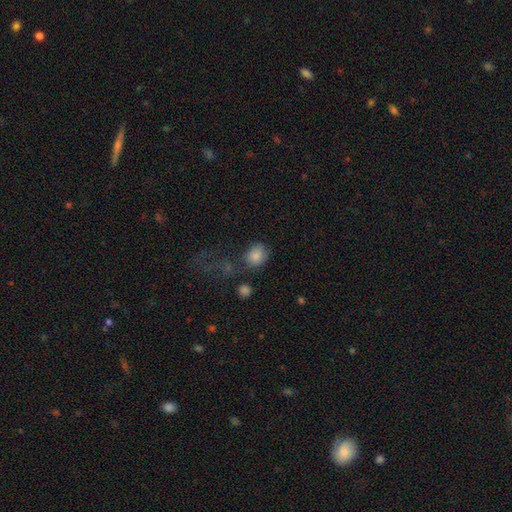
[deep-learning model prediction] smooth 83%, star or artifact 10%, featured or disk 7%. Down the decision tree: how rounded — round (59%); merging — none (61%).